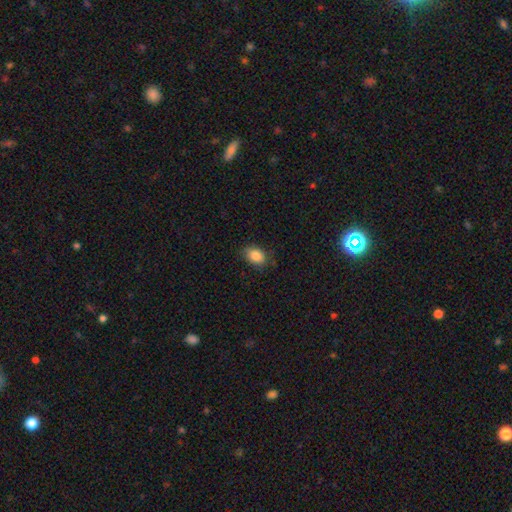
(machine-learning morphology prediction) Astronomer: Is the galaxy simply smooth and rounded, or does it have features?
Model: smooth — 86%.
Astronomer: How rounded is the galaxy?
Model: in between — 78%.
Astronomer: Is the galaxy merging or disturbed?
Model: none — 76%.